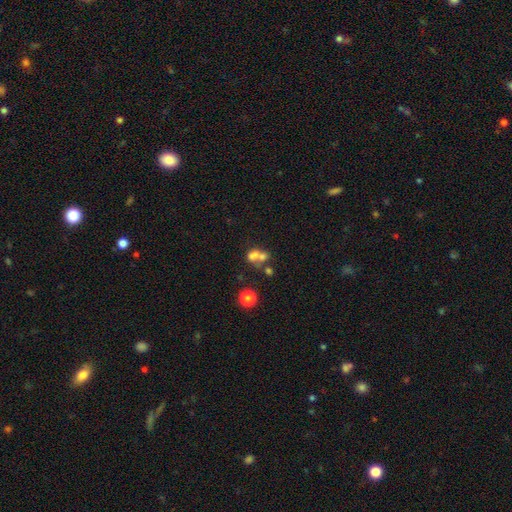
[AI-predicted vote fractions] This appears to be a smooth galaxy with no disk features (58%) that is round (50%). Merging: merger (60%).